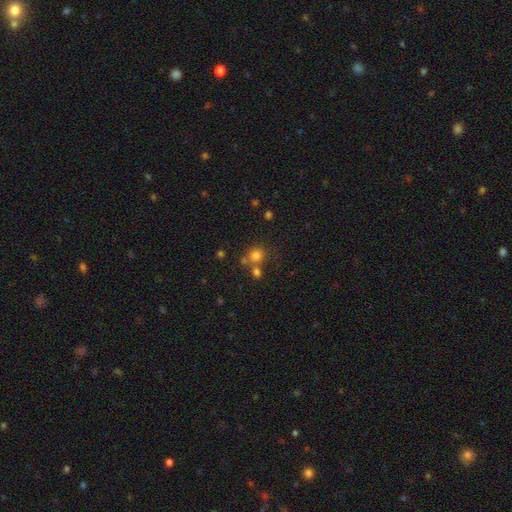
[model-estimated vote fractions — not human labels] smooth_or_featured: smooth (p=0.77) [alt: star or artifact p=0.16]
how_rounded: round (p=0.85) [alt: in between p=0.14]
merging: none (p=0.59) [alt: merger p=0.27]